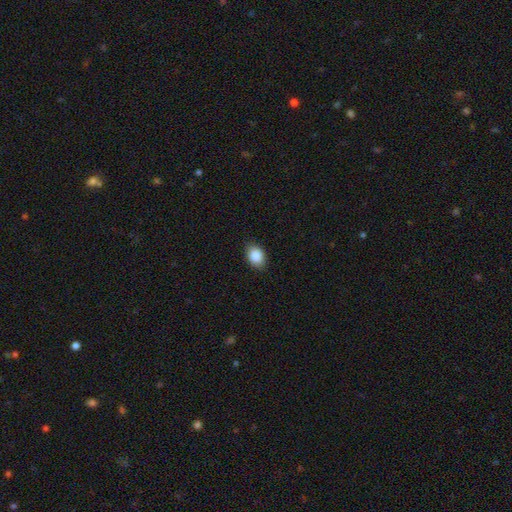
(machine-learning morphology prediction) The model was most divided on "how rounded": in between: 76%, round: 23%, cigar-shaped: 1%. More confident: merging — none (88%); smooth or featured — smooth (87%).